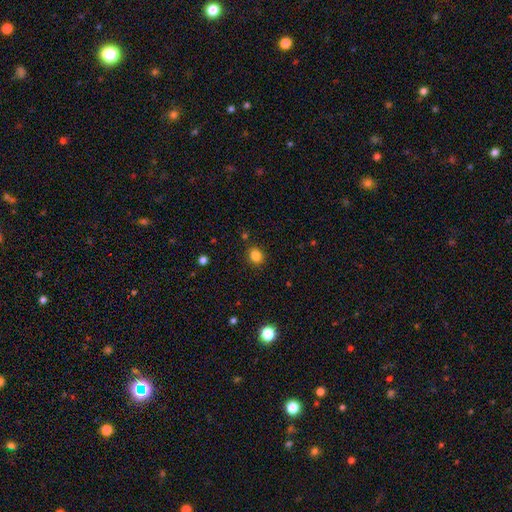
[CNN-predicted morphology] Smooth or featured? Predicted: smooth (p=0.83). How rounded? Predicted: round (p=0.59). Merging? Predicted: none (p=0.86).